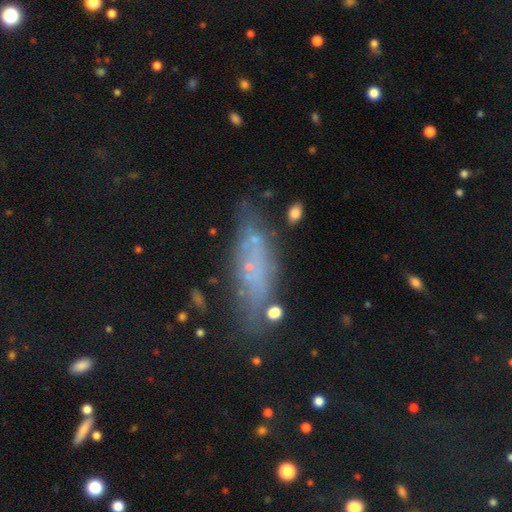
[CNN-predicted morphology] Smooth or featured?
  - featured or disk: 47% *
  - smooth: 41%
  - star or artifact: 13%
Merging?
  - none: 66% *
  - minor disturbance: 20%
  - major disturbance: 9%
  - merger: 6%